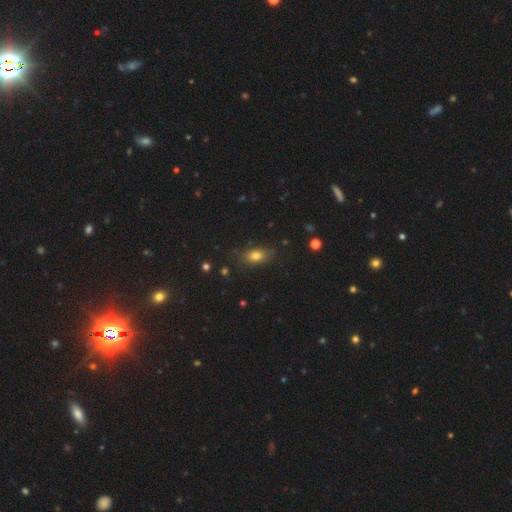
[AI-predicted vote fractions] This is likely a smooth galaxy (77%). How rounded: clearly in between (81%). Merging: likely none (79%).